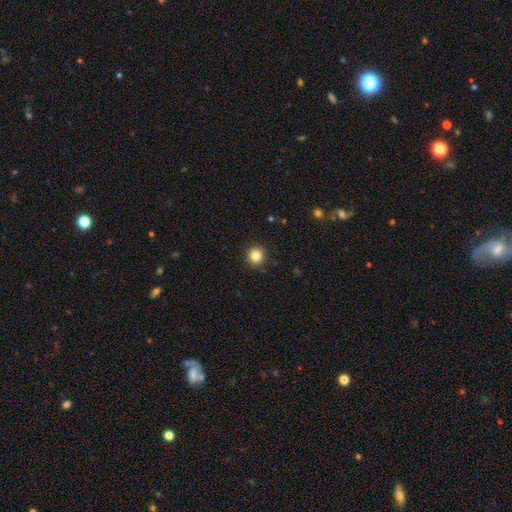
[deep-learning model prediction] Smooth or featured? Predicted: smooth (p=0.84). How rounded? Predicted: round (p=0.95). Merging? Predicted: none (p=0.92).